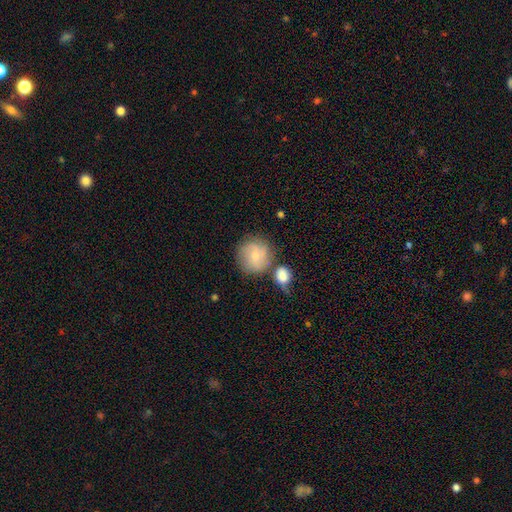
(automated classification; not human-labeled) smooth-or-featured: smooth: 64% | featured or disk: 28% | star or artifact: 8%
  how-rounded: round: 90% | in between: 9% | cigar-shaped: 1%
  merging: none: 61% | minor disturbance: 17% | merger: 16% | major disturbance: 6%